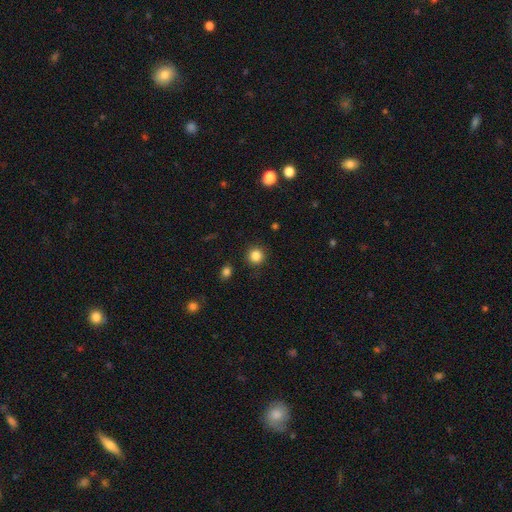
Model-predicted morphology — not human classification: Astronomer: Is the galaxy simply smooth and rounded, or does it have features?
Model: smooth — 84%.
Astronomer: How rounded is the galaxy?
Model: round — 93%.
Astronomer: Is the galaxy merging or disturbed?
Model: none — 90%.